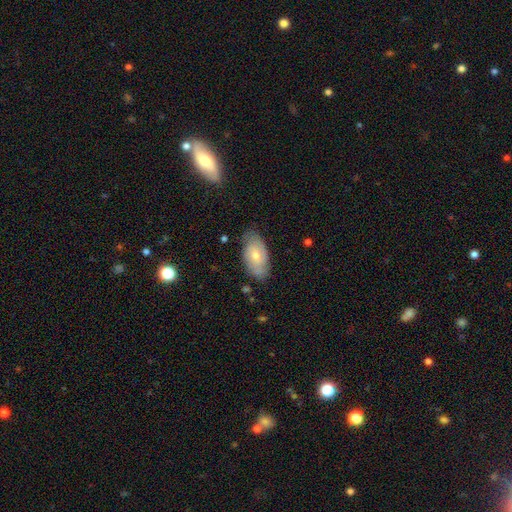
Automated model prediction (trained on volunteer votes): A smooth galaxy with no disk features (48%). Merging: none (72%).